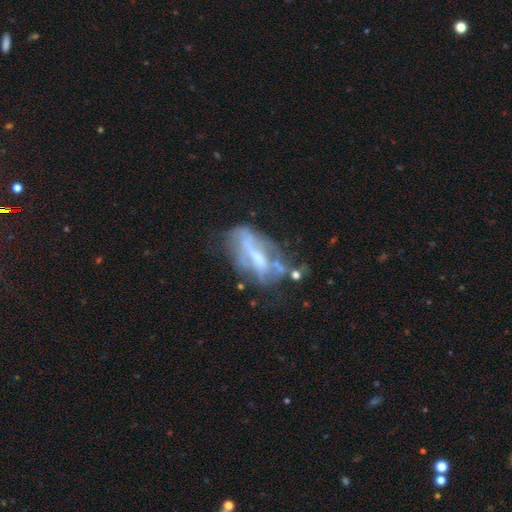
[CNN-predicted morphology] Smooth or featured? Predicted: featured or disk (p=0.65). Edge-on disk? Predicted: no (p=0.86). Bar? Predicted: no (p=0.35). Spiral arms? Predicted: no (p=0.62). Bulge size? Predicted: moderate (p=0.38). Merging? Predicted: none (p=0.35).